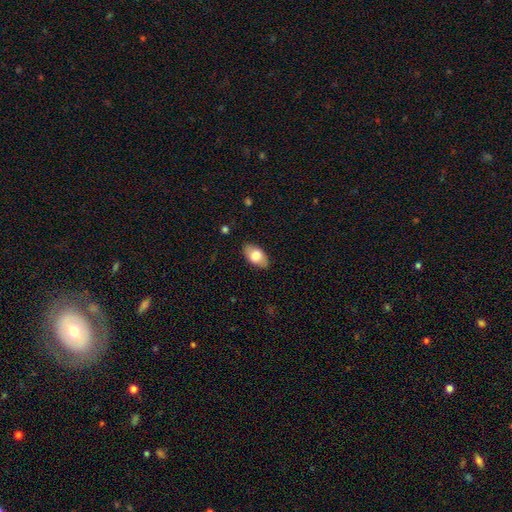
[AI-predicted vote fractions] Overall: smooth (74%). How rounded: in between (93%). Merging: none (86%).